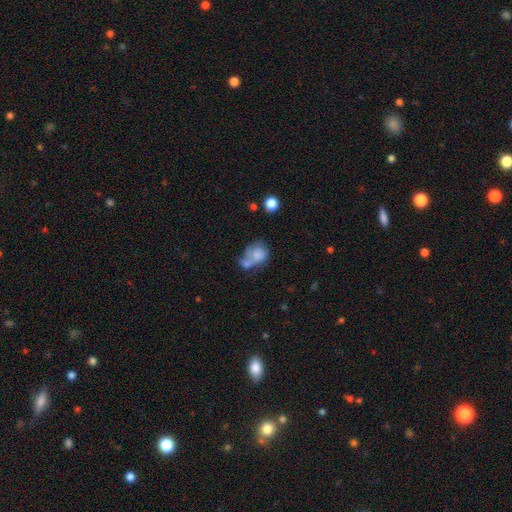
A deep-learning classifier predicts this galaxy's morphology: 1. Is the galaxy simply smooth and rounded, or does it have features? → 66% smooth, 24% featured or disk, 9% star or artifact.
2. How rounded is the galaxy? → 51% round, 47% in between, 1% cigar-shaped.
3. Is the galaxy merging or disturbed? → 49% merger, 22% none, 15% major disturbance, 14% minor disturbance.